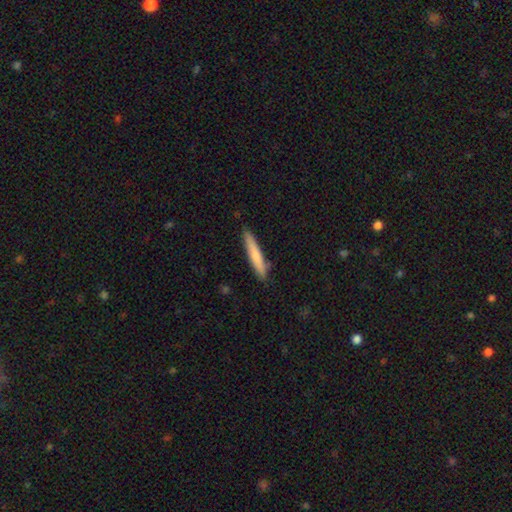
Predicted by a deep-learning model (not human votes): Q: Smooth or featured?
A: smooth (74%); runner-up: featured or disk (21%)
Q: How rounded?
A: cigar-shaped (94%); runner-up: in between (5%)
Q: Merging?
A: none (86%); runner-up: minor disturbance (11%)